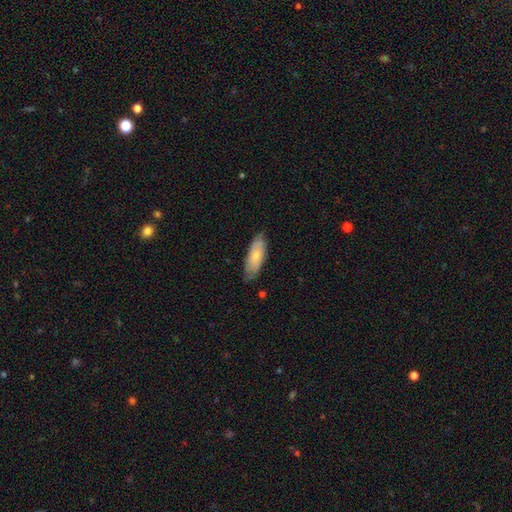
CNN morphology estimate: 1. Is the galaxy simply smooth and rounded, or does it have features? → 72% smooth, 22% featured or disk, 6% star or artifact.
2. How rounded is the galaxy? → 68% in between, 30% cigar-shaped, 2% round.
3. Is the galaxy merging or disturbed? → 73% none, 22% minor disturbance, 3% major disturbance, 1% merger.